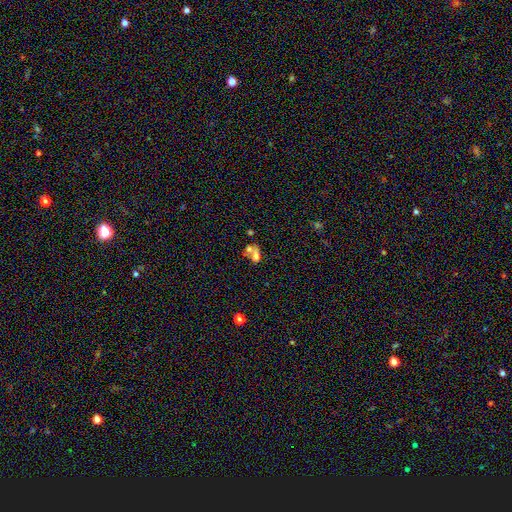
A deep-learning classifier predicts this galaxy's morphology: This appears to be a smooth galaxy with no disk features (58%) that is in between round and cigar-shaped (63%). Merging: merger (57%).